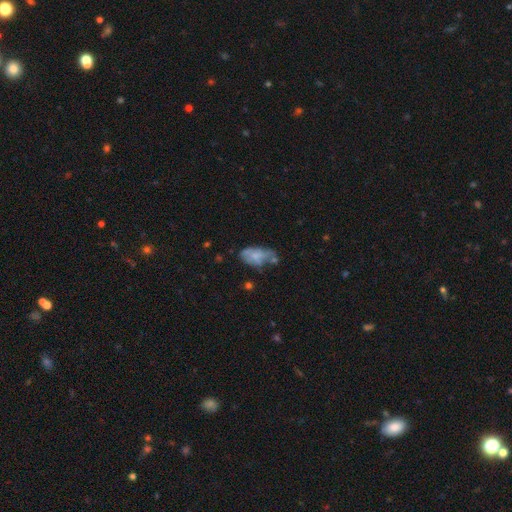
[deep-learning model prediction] The model was most divided on "merging": none: 38%, minor disturbance: 32%, major disturbance: 18%, merger: 13%. More confident: how rounded — in between (90%); smooth or featured — smooth (58%).